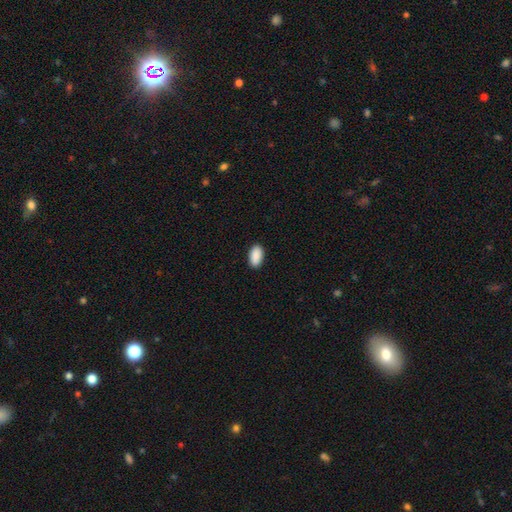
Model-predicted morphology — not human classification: Smooth or featured? smooth (91%)
How rounded? in between (95%)
Merging? none (90%)